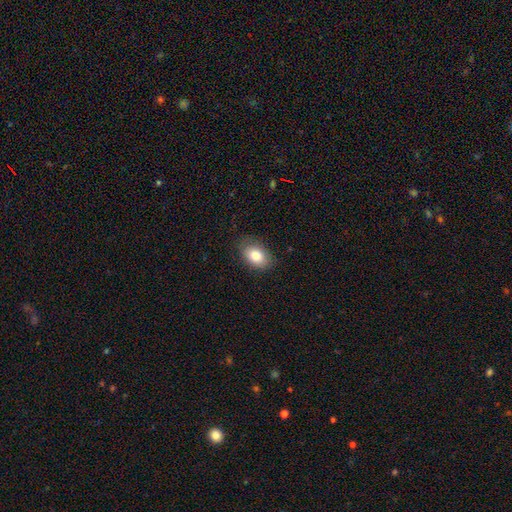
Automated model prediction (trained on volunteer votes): smooth_or_featured: smooth (p=0.83) [alt: featured or disk p=0.09]
how_rounded: in between (p=0.86) [alt: round p=0.12]
merging: none (p=0.81) [alt: minor disturbance p=0.14]